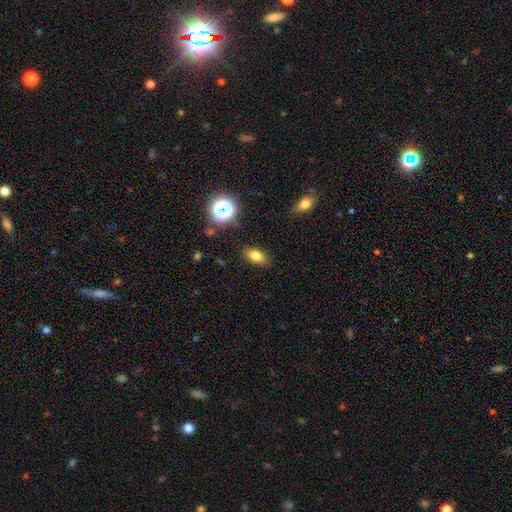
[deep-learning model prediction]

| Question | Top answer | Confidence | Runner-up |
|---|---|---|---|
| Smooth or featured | smooth | 78% | star or artifact (13%) |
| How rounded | in between | 84% | round (12%) |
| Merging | none | 86% | minor disturbance (10%) |